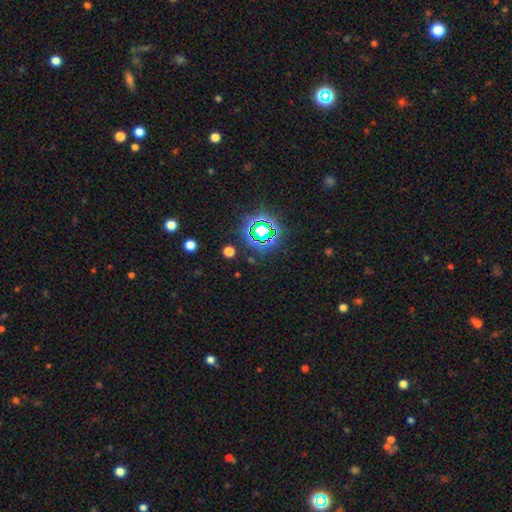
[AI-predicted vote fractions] This appears to be a star or artifact, not a galaxy (78%).